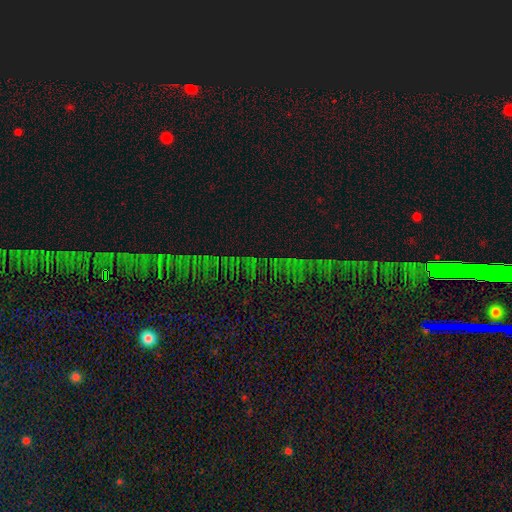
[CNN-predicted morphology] This is likely a star or artifact rather than a galaxy (78%).